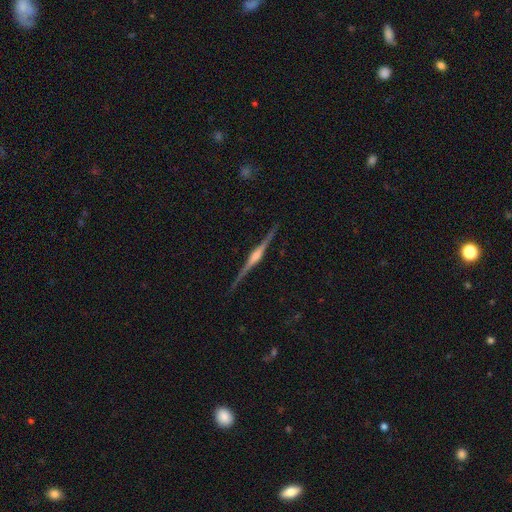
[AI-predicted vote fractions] This is clearly a featured or disk galaxy (87%). It is clearly viewed edge-on (99%). Edge-on bulge: clearly rounded (80%). Merging: clearly none (91%).